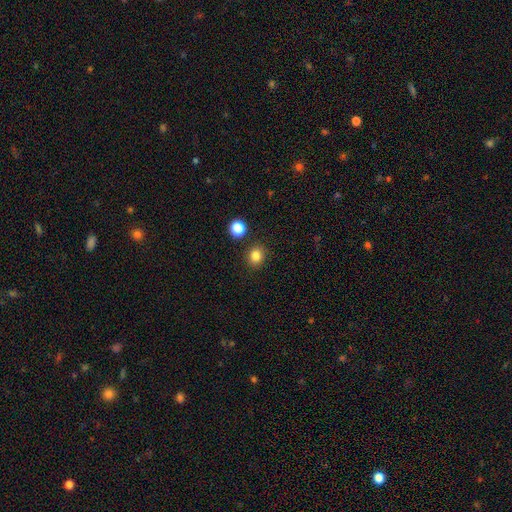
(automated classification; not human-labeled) Smooth or featured?
  - smooth: 83% *
  - star or artifact: 12%
  - featured or disk: 5%
How rounded?
  - round: 78% *
  - in between: 22%
  - cigar-shaped: 1%
Merging?
  - none: 87% *
  - minor disturbance: 7%
  - merger: 4%
  - major disturbance: 2%